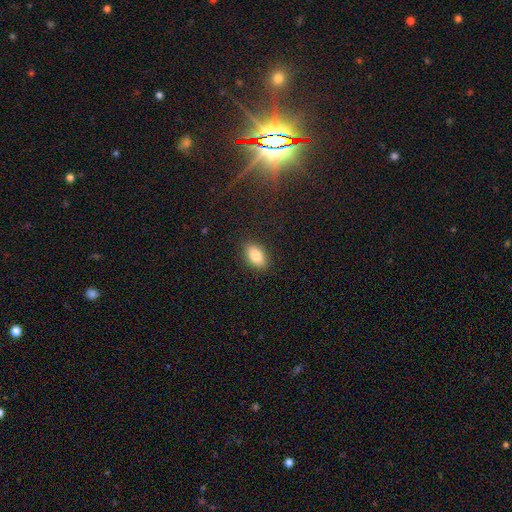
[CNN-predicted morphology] A smooth galaxy with no disk features (85%) that is in between round and cigar-shaped (91%). Merging: none (87%).